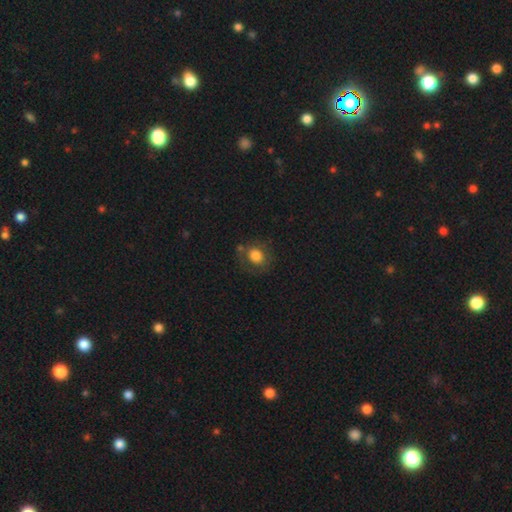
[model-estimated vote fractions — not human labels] Smooth or featured? Predicted: smooth (p=0.77). How rounded? Predicted: round (p=0.66). Merging? Predicted: none (p=0.67).